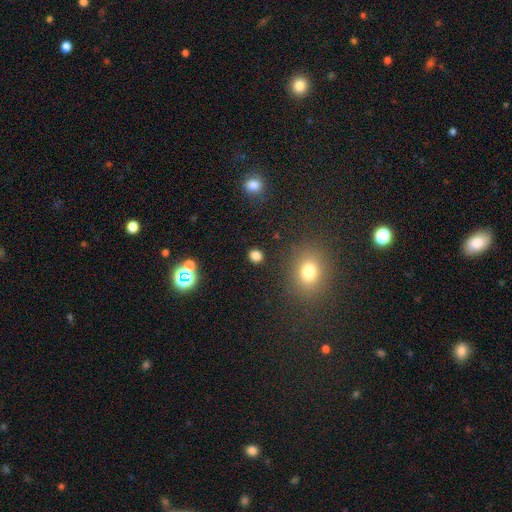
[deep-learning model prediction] Morphology: type=smooth (79%); roundness=round (77%); merging=none (88%).